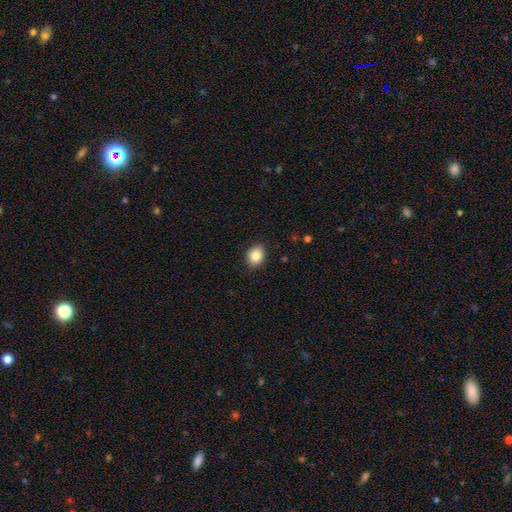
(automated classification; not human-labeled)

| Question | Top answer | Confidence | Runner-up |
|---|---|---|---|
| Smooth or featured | smooth | 87% | star or artifact (9%) |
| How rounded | in between | 50% | round (49%) |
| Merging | none | 88% | minor disturbance (9%) |